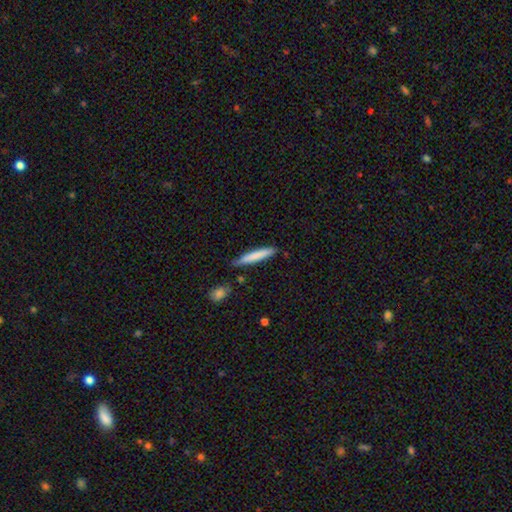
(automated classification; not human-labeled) smooth_or_featured: smooth (p=0.79) [alt: featured or disk p=0.16]
how_rounded: cigar-shaped (p=0.93) [alt: in between p=0.06]
merging: none (p=0.80) [alt: minor disturbance p=0.14]